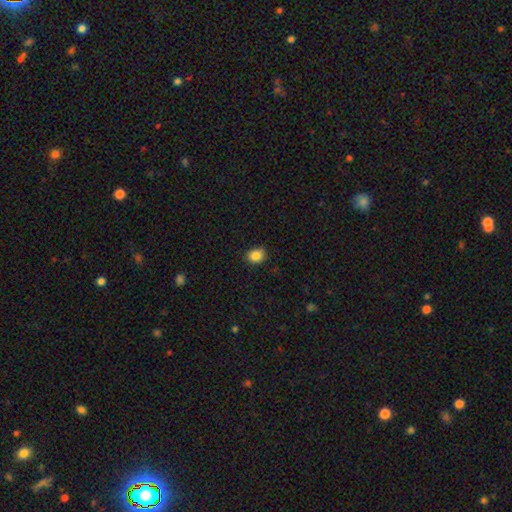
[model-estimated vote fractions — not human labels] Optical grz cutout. It shows a smooth galaxy with no disk features (86%) that is round (53%). Merging: none (83%).